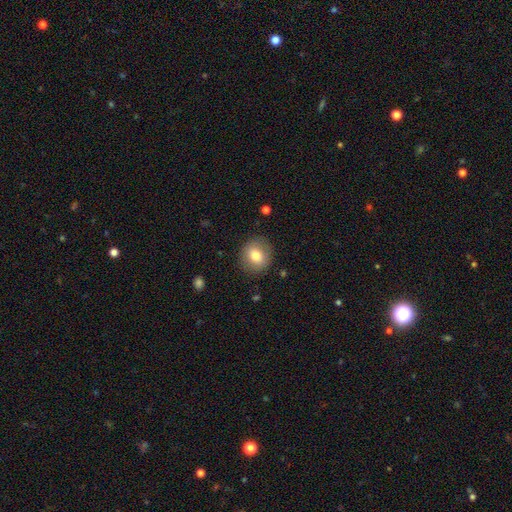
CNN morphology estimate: A smooth galaxy with no disk features (76%) that is round (79%).

Vote fractions:
- Smooth or featured? smooth: 76% / featured or disk: 15% / star or artifact: 9%
- How rounded? round: 79% / in between: 20% / cigar-shaped: 1%
- Merging? none: 87% / minor disturbance: 9% / major disturbance: 3% / merger: 1%